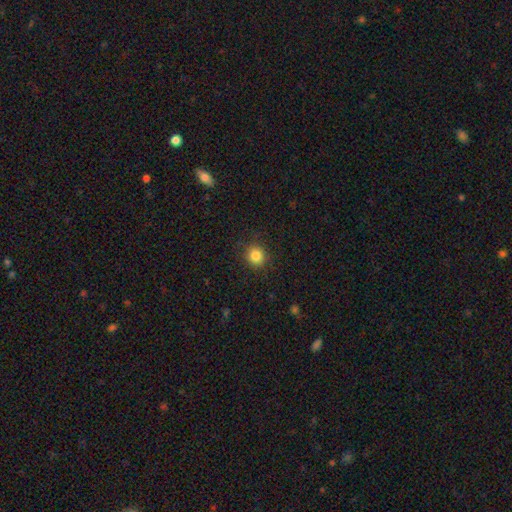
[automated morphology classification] Smooth or featured: smooth — 84% (star or artifact — 11%)
How rounded: round — 89% (in between — 10%)
Merging: none — 89% (minor disturbance — 7%)